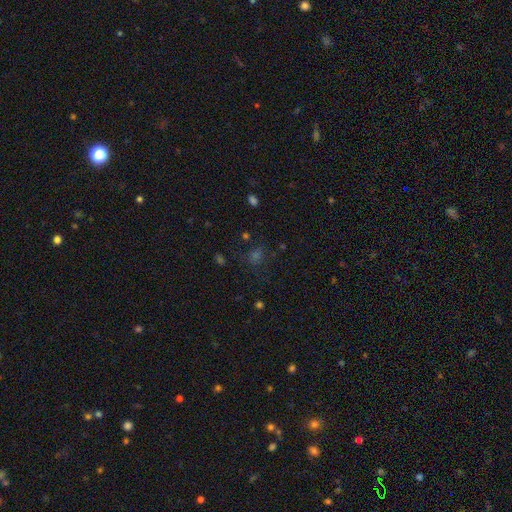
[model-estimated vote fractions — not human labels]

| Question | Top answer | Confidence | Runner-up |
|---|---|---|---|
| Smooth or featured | star or artifact | 47% | smooth (42%) |